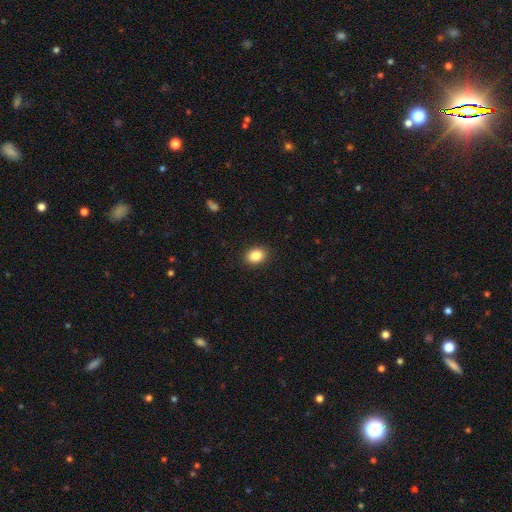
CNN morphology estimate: A smooth galaxy with no disk features (87%) that is in between round and cigar-shaped (69%).

Vote fractions:
- Smooth or featured? smooth: 87% / star or artifact: 9% / featured or disk: 4%
- How rounded? in between: 69% / round: 30% / cigar-shaped: 1%
- Merging? none: 90% / minor disturbance: 7% / major disturbance: 2% / merger: 1%